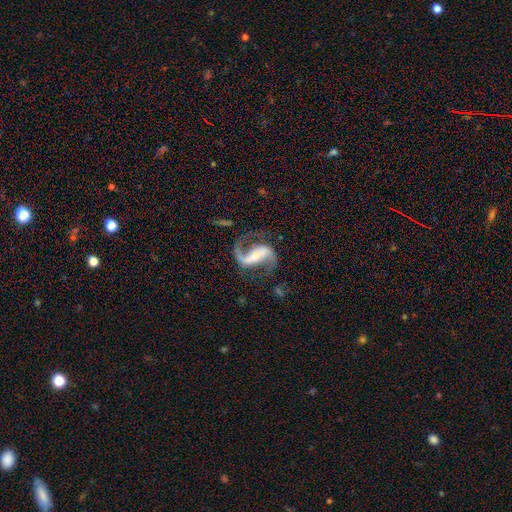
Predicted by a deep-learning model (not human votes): smooth-or-featured: featured or disk: 91% | star or artifact: 5% | smooth: 4%
  disk-edge-on: no: 97% | yes: 3%
    bar: strong: 58% | weak: 29% | no: 13%
    has-spiral-arms: yes: 98% | no: 2%
      spiral-winding: loose: 50% | medium: 42% | tight: 8%
      spiral-arm-count: 2: 91% | 1: 4% | can't tell: 1% | 3: 1% | 4: 1% | more than 4: 1%
    bulge-size: small: 37% | moderate: 32% | none: 17% | large: 11% | dominant: 2%
  merging: none: 71% | minor disturbance: 14% | major disturbance: 13% | merger: 3%